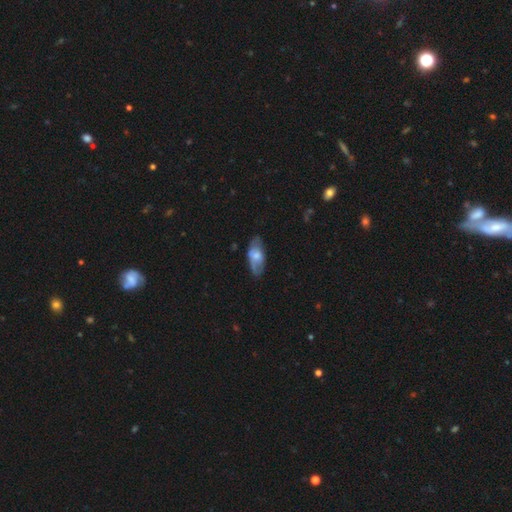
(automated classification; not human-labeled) A smooth galaxy with no disk features (51%) that is in between round and cigar-shaped (87%). Merging: none (65%).